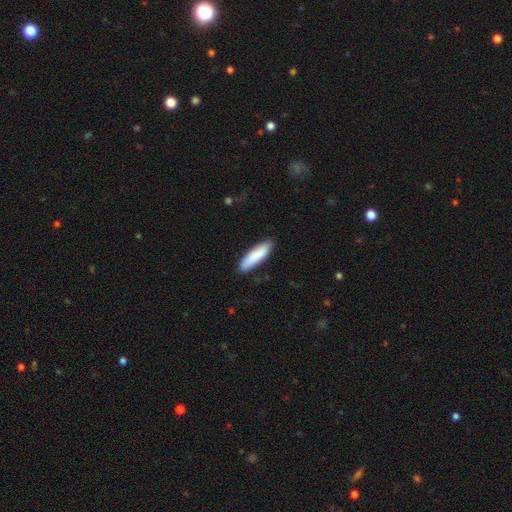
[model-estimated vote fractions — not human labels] A smooth galaxy with no disk features (88%) that is cigar-shaped (61%). Merging: none (87%).